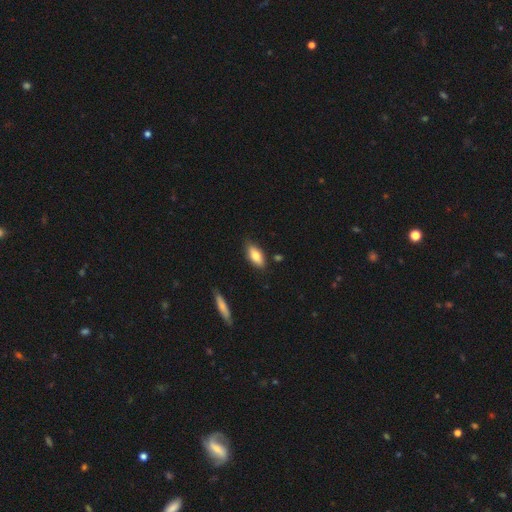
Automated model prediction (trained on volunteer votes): smooth-or-featured: smooth: 76% | featured or disk: 18% | star or artifact: 7%
  how-rounded: in between: 80% | cigar-shaped: 17% | round: 3%
  merging: none: 83% | minor disturbance: 12% | merger: 2% | major disturbance: 2%